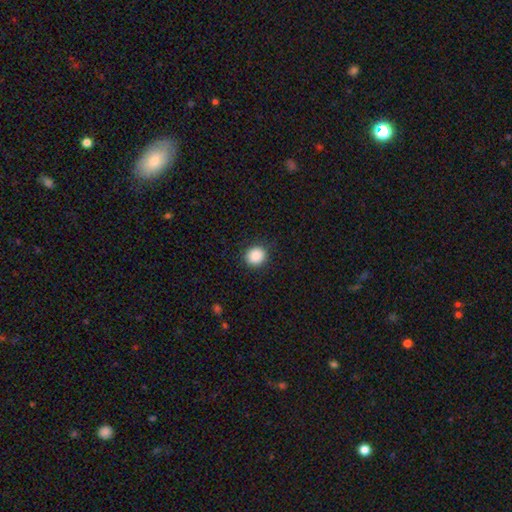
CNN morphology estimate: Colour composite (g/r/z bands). It shows a smooth galaxy with no disk features (89%) that is round (86%). Merging: none (90%).